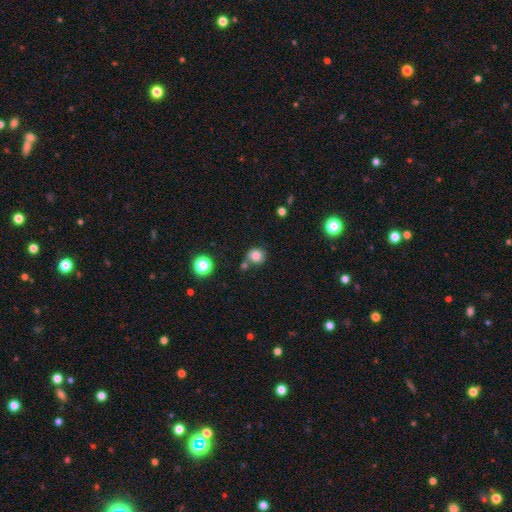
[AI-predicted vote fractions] Morphology: type=smooth (81%); roundness=round (87%); merging=none (61%).